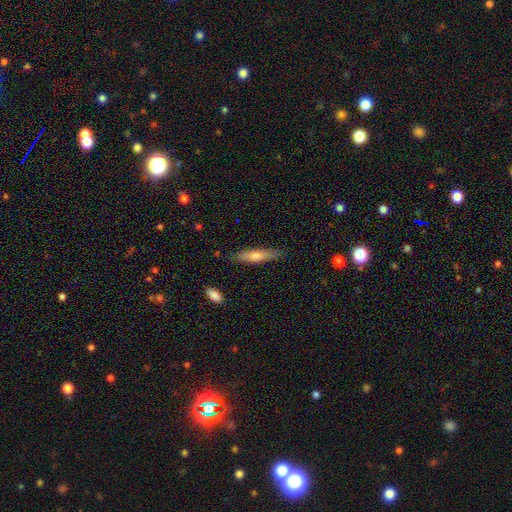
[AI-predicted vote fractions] Q: Smooth or featured?
A: smooth (60%); runner-up: featured or disk (33%)
Q: How rounded?
A: cigar-shaped (86%); runner-up: in between (13%)
Q: Merging?
A: none (84%); runner-up: minor disturbance (12%)